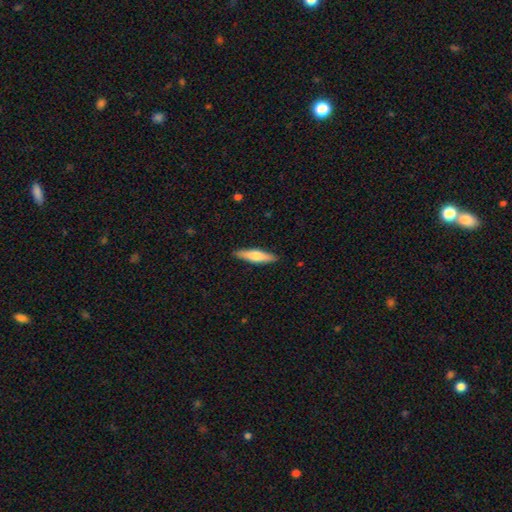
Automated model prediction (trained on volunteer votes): Smooth or featured: smooth — 62% (featured or disk — 32%)
How rounded: cigar-shaped — 76% (in between — 22%)
Merging: none — 89% (minor disturbance — 8%)